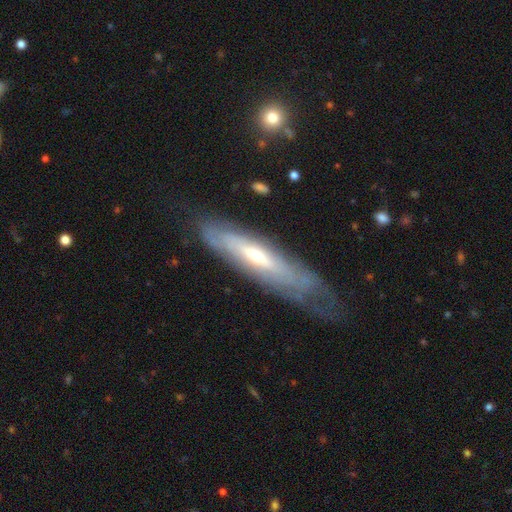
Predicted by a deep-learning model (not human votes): Smooth or featured? featured or disk (70%)
Edge-on disk? no (57%)
Merging? none (59%)